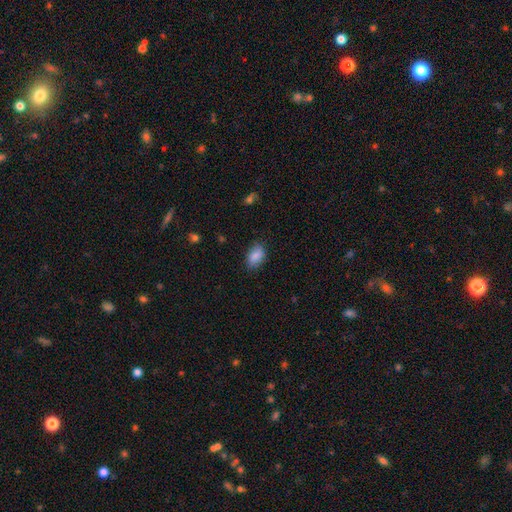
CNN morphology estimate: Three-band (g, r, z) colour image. It shows a smooth galaxy with no disk features (86%) that is in between round and cigar-shaped (87%). Merging: none (79%).